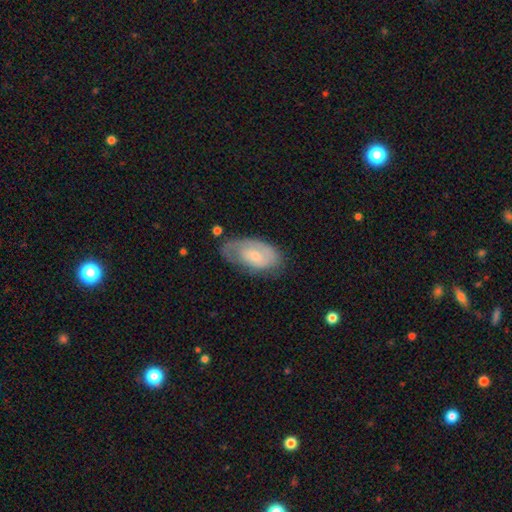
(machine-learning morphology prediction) A smooth galaxy with no disk features (48%). Merging: none (53%).